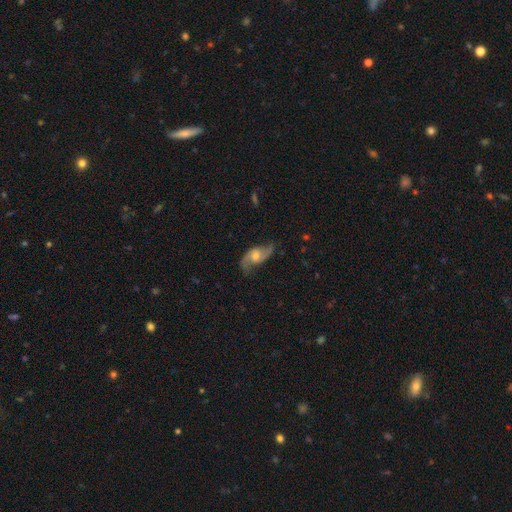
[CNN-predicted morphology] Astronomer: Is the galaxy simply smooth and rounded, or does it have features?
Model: featured or disk — 79%.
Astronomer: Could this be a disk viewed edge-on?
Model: no — 95%.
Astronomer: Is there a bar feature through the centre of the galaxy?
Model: no — 59%.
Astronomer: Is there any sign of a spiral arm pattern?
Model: yes — 94%.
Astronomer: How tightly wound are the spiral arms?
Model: loose — 62%.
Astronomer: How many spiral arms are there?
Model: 2 — 91%.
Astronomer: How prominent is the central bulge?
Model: moderate — 61%.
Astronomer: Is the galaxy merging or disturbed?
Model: none — 71%.